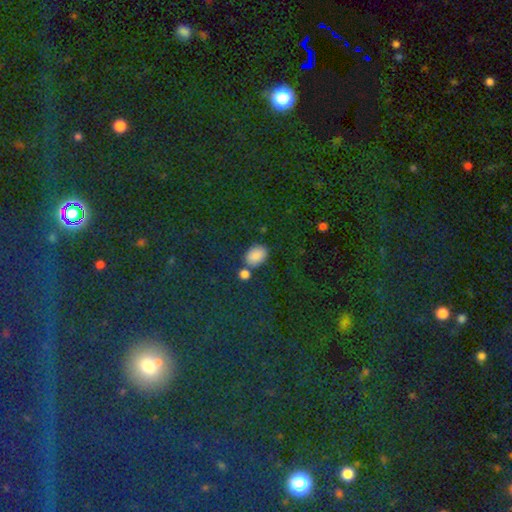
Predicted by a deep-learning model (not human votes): Smooth or featured?
  - smooth: 78% *
  - star or artifact: 16%
  - featured or disk: 6%
How rounded?
  - in between: 79% *
  - round: 20%
  - cigar-shaped: 2%
Merging?
  - none: 72% *
  - minor disturbance: 14%
  - merger: 10%
  - major disturbance: 4%